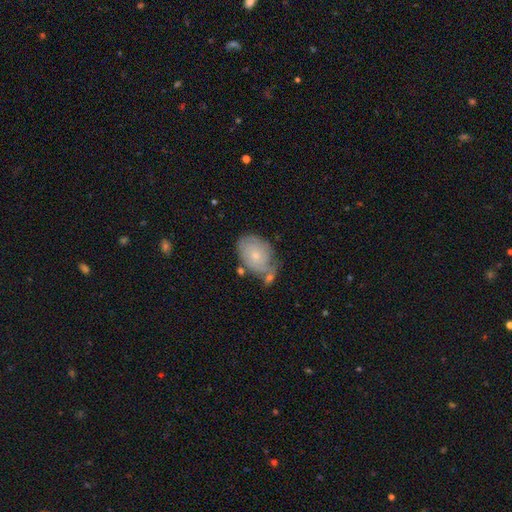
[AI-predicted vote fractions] Q: Smooth or featured?
A: smooth (49%); runner-up: featured or disk (43%)
Q: Merging?
A: none (47%); runner-up: minor disturbance (27%)